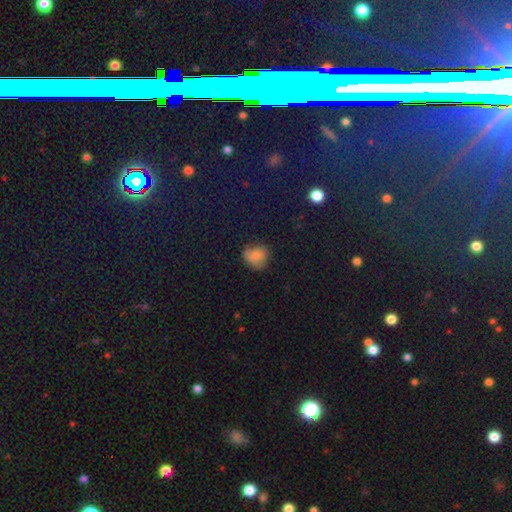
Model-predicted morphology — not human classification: smooth 62%, featured or disk 25%, star or artifact 13%. Down the decision tree: how rounded — round (75%); merging — none (58%).